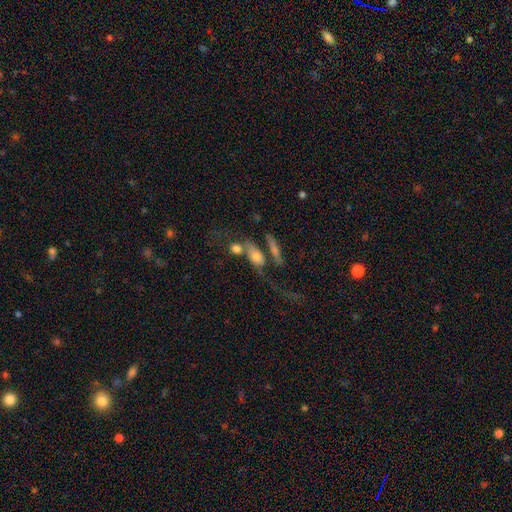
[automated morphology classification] A star or artifact, not a galaxy (43%).

Vote fractions:
- Smooth or featured? star or artifact: 43% / featured or disk: 33% / smooth: 24%